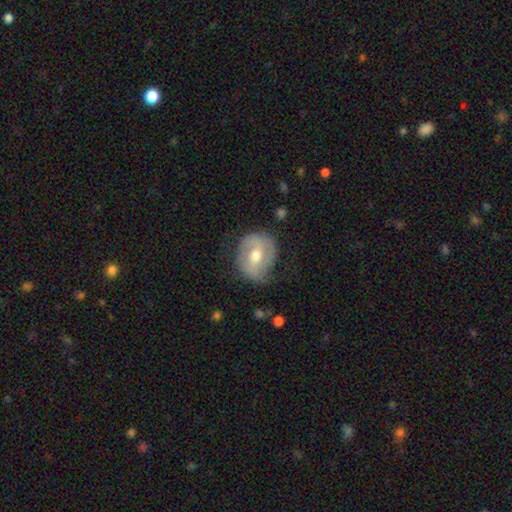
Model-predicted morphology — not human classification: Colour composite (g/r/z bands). It shows a featured or disk galaxy (57%) with a weak bar (44%), spiral arms (64%) and a moderate central bulge (75%). Merging: none (65%).